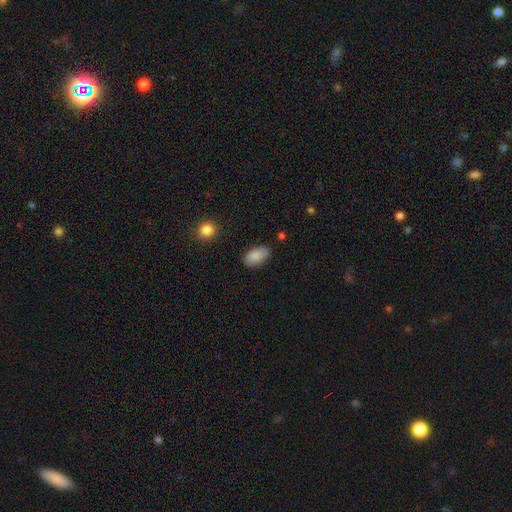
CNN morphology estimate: A smooth galaxy with no disk features (85%) that is in between round and cigar-shaped (93%).

Vote fractions:
- Smooth or featured? smooth: 85% / featured or disk: 7% / star or artifact: 7%
- How rounded? in between: 93% / round: 5% / cigar-shaped: 2%
- Merging? none: 78% / minor disturbance: 17% / major disturbance: 3% / merger: 2%